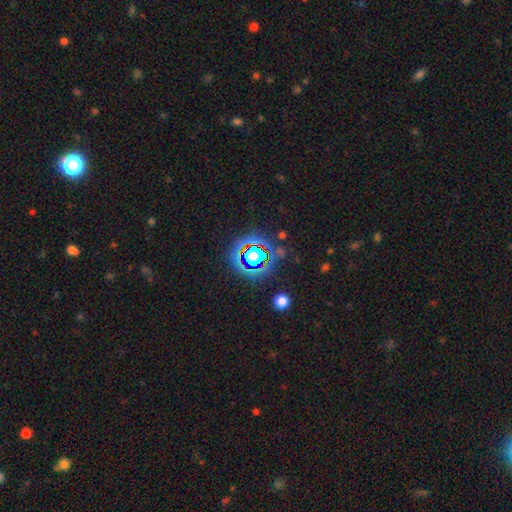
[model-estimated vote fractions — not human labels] A star or artifact, not a galaxy (61%).

Vote fractions:
- Smooth or featured? star or artifact: 61% / smooth: 26% / featured or disk: 12%